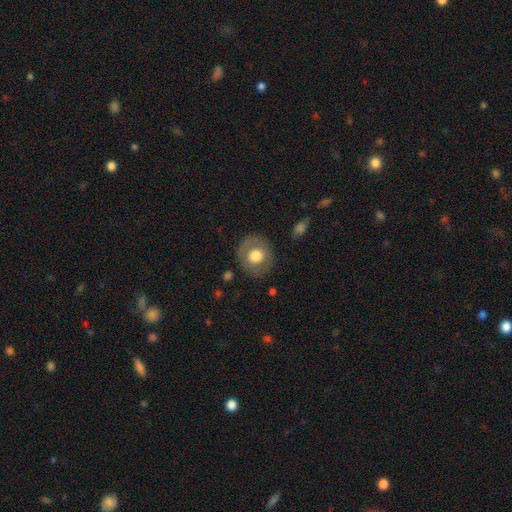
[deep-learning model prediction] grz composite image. It shows a smooth galaxy with no disk features (62%) that is round (84%). Merging: none (82%).